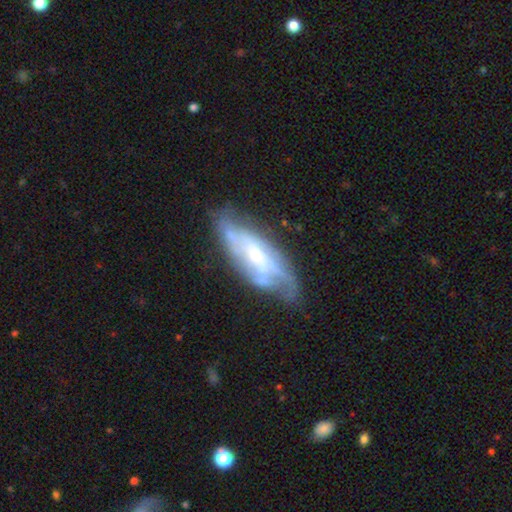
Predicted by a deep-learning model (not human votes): Smooth or featured?
  - featured or disk: 75% *
  - smooth: 19%
  - star or artifact: 6%
Edge-on disk?
  - no: 81% *
  - yes: 19%
Bar?
  - no: 60% *
  - weak: 31%
  - strong: 9%
Spiral arms?
  - yes: 82% *
  - no: 18%
Bulge size?
  - small: 50% *
  - moderate: 40%
  - none: 4%
  - large: 4%
  - dominant: 1%
Merging?
  - none: 62% *
  - minor disturbance: 24%
  - major disturbance: 11%
  - merger: 4%